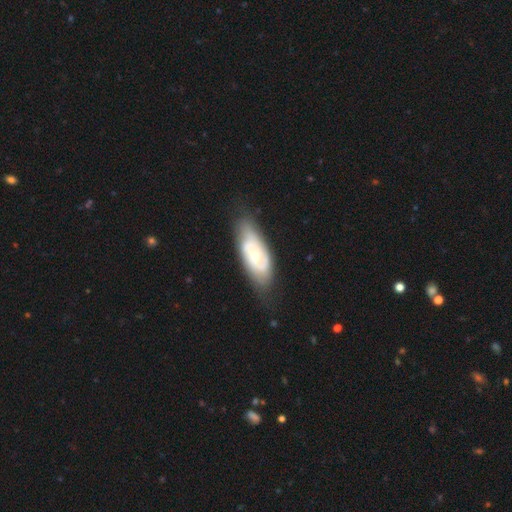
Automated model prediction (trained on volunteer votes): Smooth or featured? Predicted: featured or disk (p=0.68). Edge-on disk? Predicted: no (p=0.90). Bar? Predicted: no (p=0.69). Spiral arms? Predicted: yes (p=0.73). Bulge size? Predicted: moderate (p=0.53). Merging? Predicted: none (p=0.69).